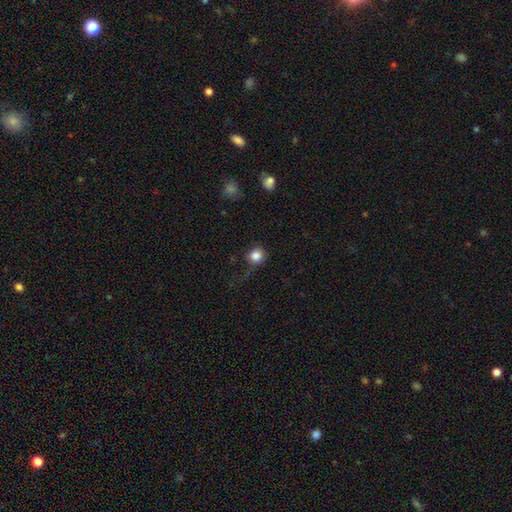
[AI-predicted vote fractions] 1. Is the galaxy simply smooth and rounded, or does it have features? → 83% smooth, 10% star or artifact, 6% featured or disk.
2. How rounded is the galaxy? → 87% round, 12% in between, 1% cigar-shaped.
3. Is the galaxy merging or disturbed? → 64% none, 20% minor disturbance, 14% major disturbance, 3% merger.